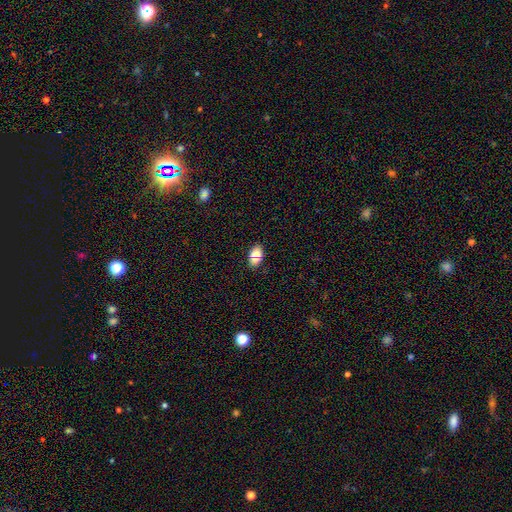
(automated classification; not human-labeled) Morphology: type=smooth (80%); roundness=in between (90%); merging=none (80%).